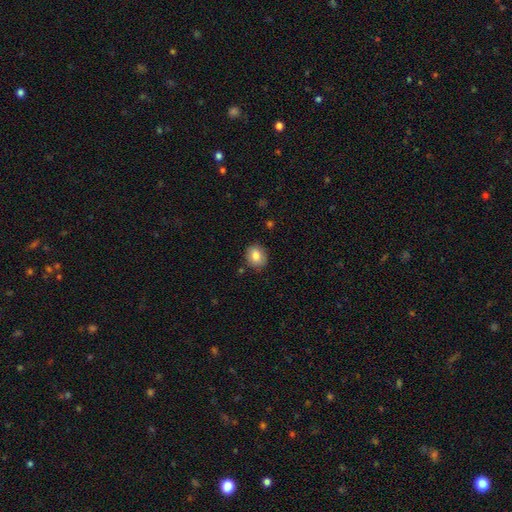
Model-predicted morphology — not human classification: Smooth or featured?
  - smooth: 83% *
  - star or artifact: 9%
  - featured or disk: 8%
How rounded?
  - round: 62% *
  - in between: 37%
  - cigar-shaped: 1%
Merging?
  - none: 84% *
  - minor disturbance: 11%
  - major disturbance: 2%
  - merger: 2%